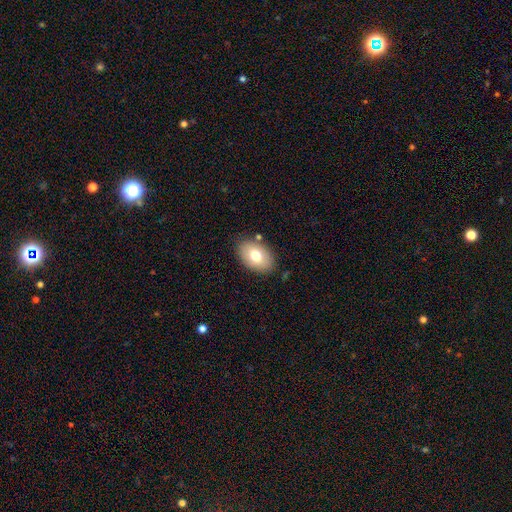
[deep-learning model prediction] smooth-or-featured: smooth: 74% | featured or disk: 18% | star or artifact: 8%
  how-rounded: in between: 87% | round: 12% | cigar-shaped: 1%
  merging: none: 83% | minor disturbance: 12% | major disturbance: 3% | merger: 3%